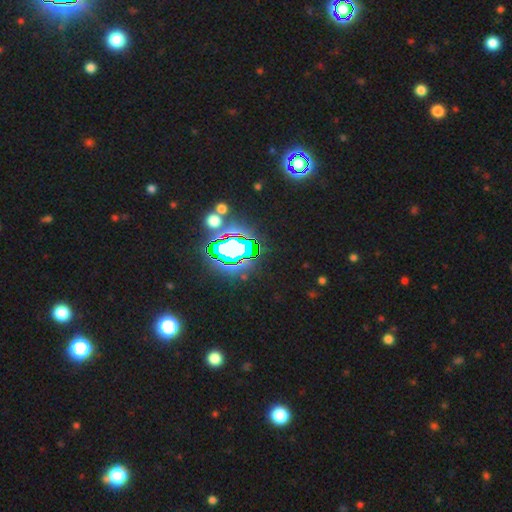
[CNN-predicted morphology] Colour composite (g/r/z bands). It shows a star or artifact, not a galaxy (82%).